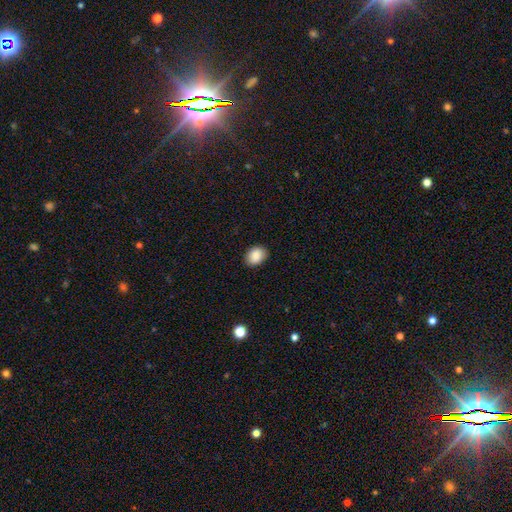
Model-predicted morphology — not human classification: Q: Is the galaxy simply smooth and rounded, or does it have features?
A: smooth — 88%.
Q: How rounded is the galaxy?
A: in between — 61%.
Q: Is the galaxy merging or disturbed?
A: none — 88%.